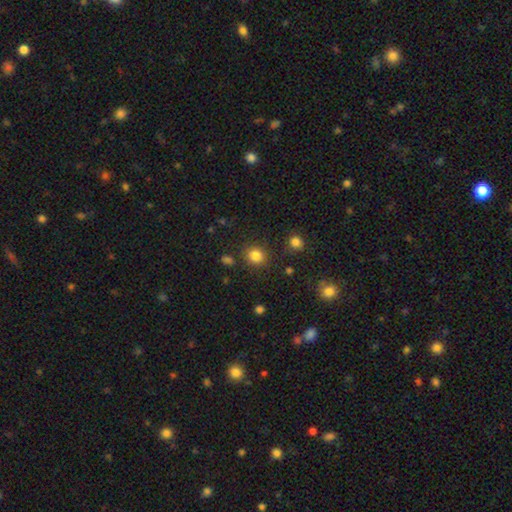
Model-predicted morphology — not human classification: A smooth galaxy with no disk features (83%) that is round (84%). Merging: none (86%).